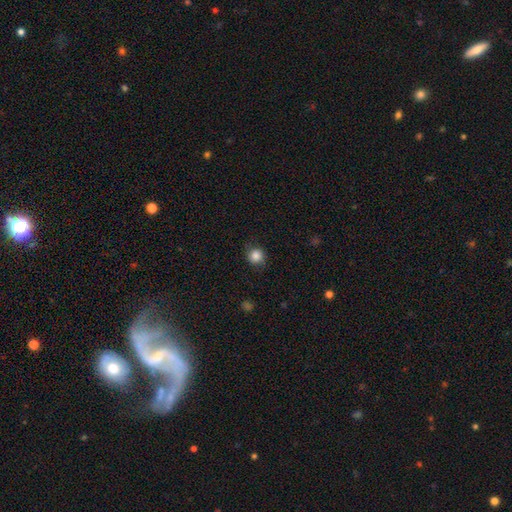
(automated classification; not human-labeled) A smooth galaxy with no disk features (84%) that is round (87%). Merging: none (81%).